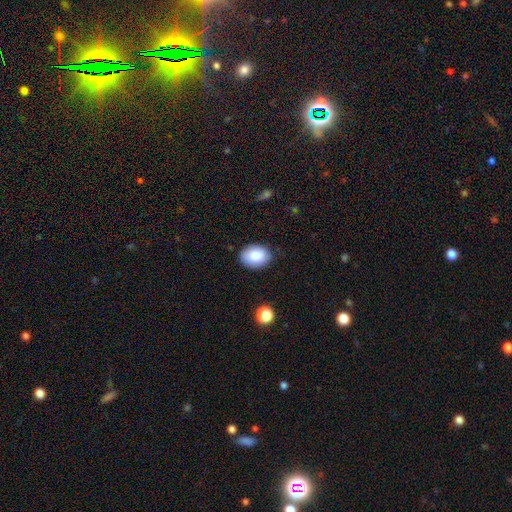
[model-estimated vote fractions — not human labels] smooth 84%, featured or disk 9%, star or artifact 7%. Down the decision tree: how rounded — in between (74%); merging — none (82%).